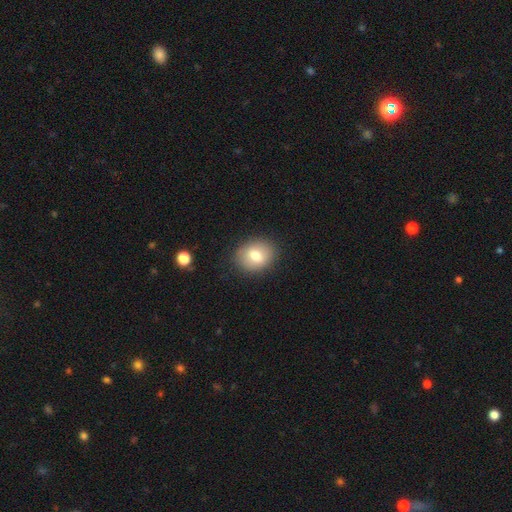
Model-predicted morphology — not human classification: smooth-or-featured: smooth: 75% | featured or disk: 16% | star or artifact: 9%
  how-rounded: round: 57% | in between: 42% | cigar-shaped: 1%
  merging: none: 87% | minor disturbance: 9% | major disturbance: 3% | merger: 1%